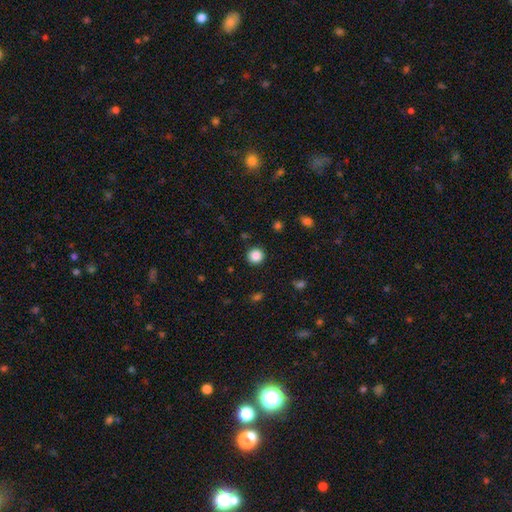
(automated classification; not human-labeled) Smooth or featured?
  - smooth: 86% *
  - star or artifact: 10%
  - featured or disk: 3%
How rounded?
  - round: 94% *
  - in between: 5%
  - cigar-shaped: 1%
Merging?
  - none: 91% *
  - minor disturbance: 6%
  - major disturbance: 2%
  - merger: 1%